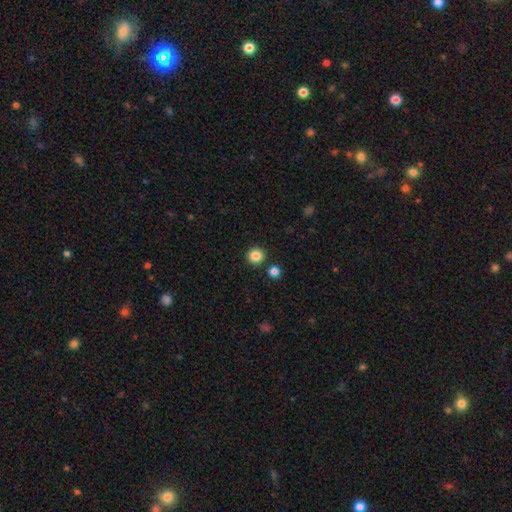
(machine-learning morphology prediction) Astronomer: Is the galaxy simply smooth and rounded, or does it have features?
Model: smooth — 85%.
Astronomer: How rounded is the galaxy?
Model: round — 94%.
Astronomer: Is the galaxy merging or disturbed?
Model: none — 89%.